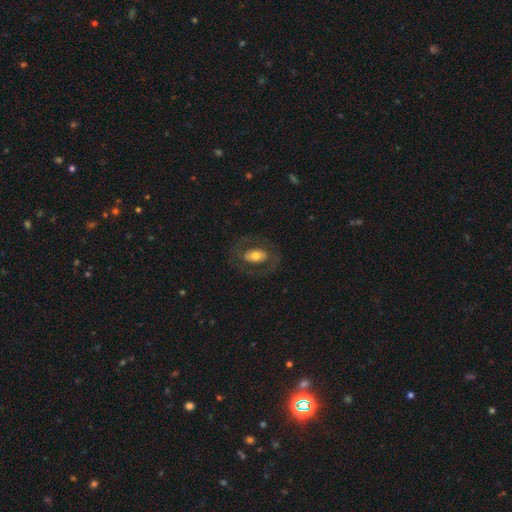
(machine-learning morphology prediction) The model was most divided on "smooth or featured": smooth: 48%, featured or disk: 45%, star or artifact: 6%. More confident: merging — none (76%).